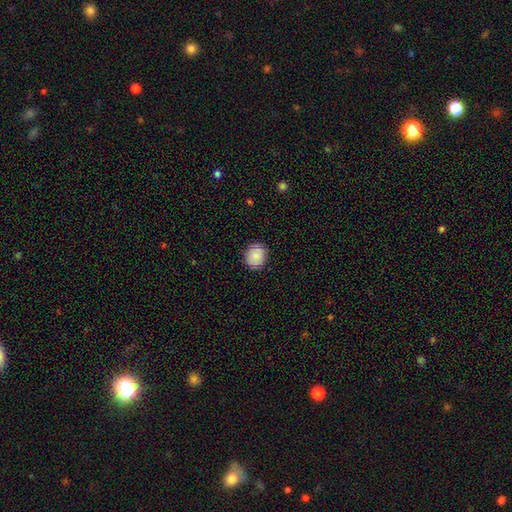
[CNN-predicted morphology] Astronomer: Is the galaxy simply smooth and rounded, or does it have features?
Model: smooth — 80%.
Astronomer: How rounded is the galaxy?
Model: round — 67%.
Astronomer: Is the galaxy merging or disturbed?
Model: none — 85%.